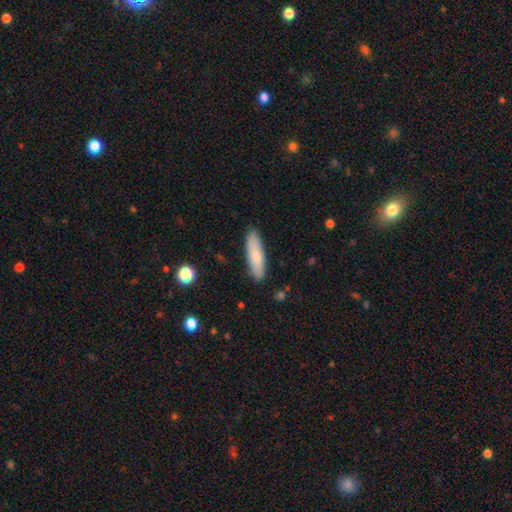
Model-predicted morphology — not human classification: The model was most divided on "how rounded": cigar-shaped: 63%, in between: 35%, round: 2%. More confident: merging — none (88%); smooth or featured — smooth (78%).